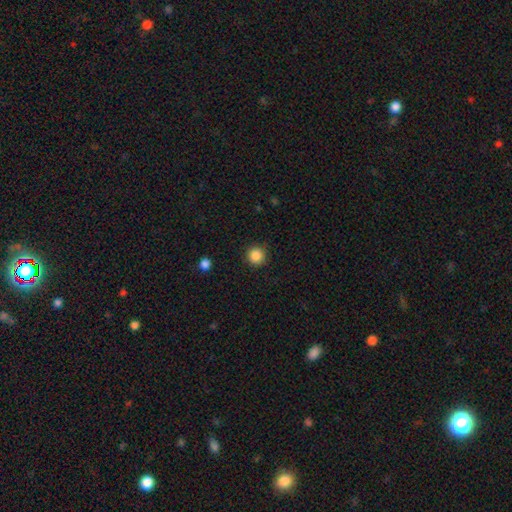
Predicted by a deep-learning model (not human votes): This appears to be a smooth galaxy with no disk features (87%) that is round (95%). Merging: none (91%).